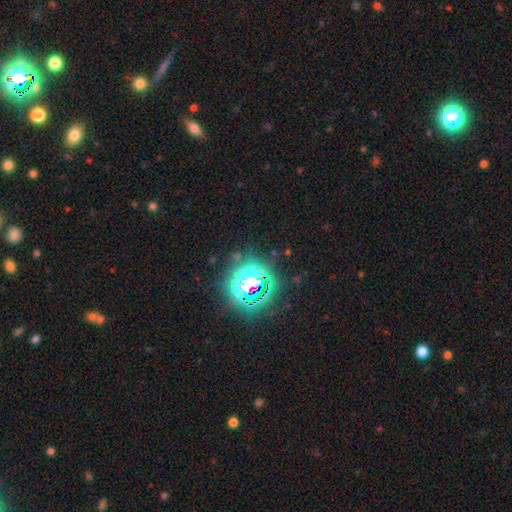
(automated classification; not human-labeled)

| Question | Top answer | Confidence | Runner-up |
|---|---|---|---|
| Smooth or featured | star or artifact | 82% | smooth (12%) |